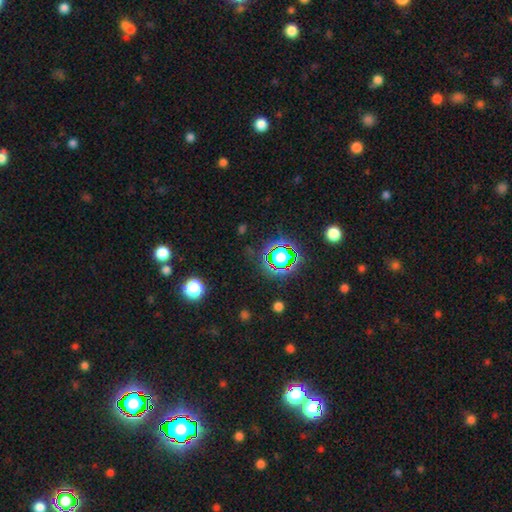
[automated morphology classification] Smooth or featured?
  - star or artifact: 76% *
  - smooth: 16%
  - featured or disk: 8%